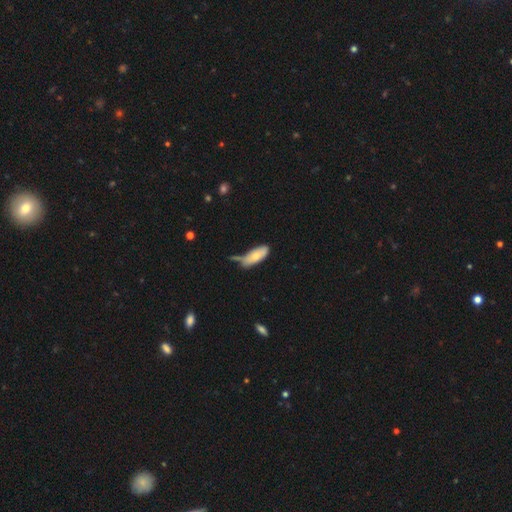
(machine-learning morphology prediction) Smooth or featured? smooth (73%)
How rounded? in between (74%)
Merging? none (42%)